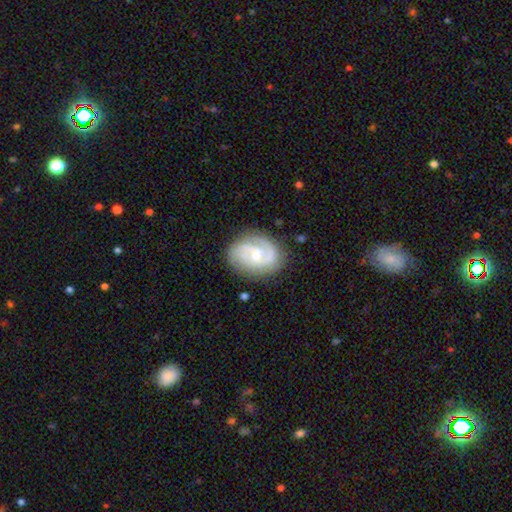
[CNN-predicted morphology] Q: Smooth or featured?
A: featured or disk (82%); runner-up: smooth (13%)
Q: Edge-on disk?
A: no (98%); runner-up: yes (2%)
Q: Bar?
A: no (55%); runner-up: weak (38%)
Q: Spiral arms?
A: yes (95%); runner-up: no (5%)
Q: Spiral winding?
A: medium (44%); runner-up: tight (43%)
Q: Spiral arm count?
A: 2 (61%); runner-up: 3 (14%)
Q: Bulge size?
A: small (55%); runner-up: moderate (41%)
Q: Merging?
A: none (77%); runner-up: minor disturbance (16%)